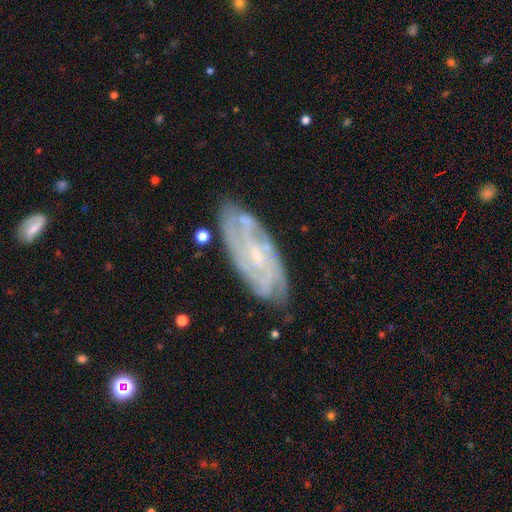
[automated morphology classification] featured or disk 80%, smooth 13%, star or artifact 7%. Down the decision tree: edge-on disk — no (90%); bar — no (54%); spiral arms — yes (92%); spiral arm count — can't tell (40%); spiral winding — tight (63%); bulge size — small (74%); merging — none (75%).